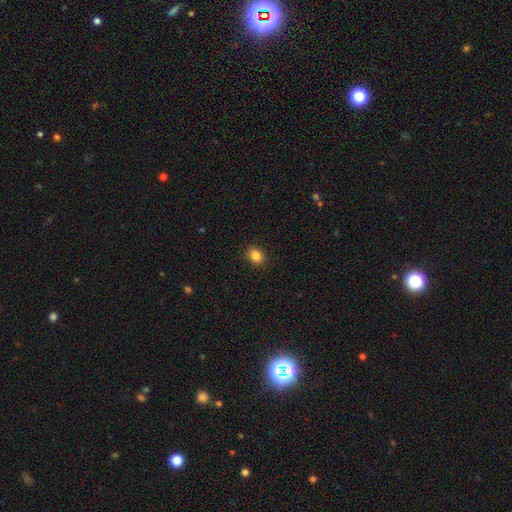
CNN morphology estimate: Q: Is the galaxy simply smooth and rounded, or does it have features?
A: smooth — 85%.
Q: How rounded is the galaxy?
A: round — 63%.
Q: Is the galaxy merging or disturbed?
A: none — 91%.